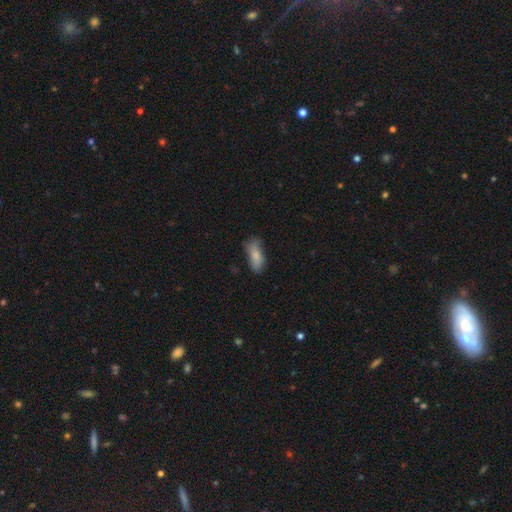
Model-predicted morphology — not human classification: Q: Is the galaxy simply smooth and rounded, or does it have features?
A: smooth — 77%.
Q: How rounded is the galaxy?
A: in between — 77%.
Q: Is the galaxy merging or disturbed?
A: none — 60%.